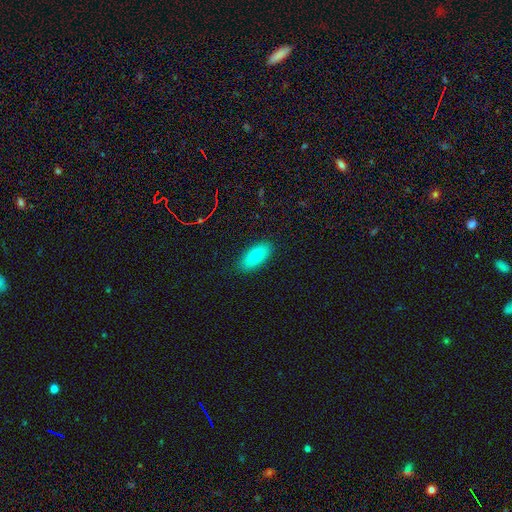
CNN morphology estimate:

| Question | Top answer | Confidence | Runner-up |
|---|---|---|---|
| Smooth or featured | smooth | 73% | featured or disk (19%) |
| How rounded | in between | 87% | cigar-shaped (10%) |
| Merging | none | 87% | minor disturbance (10%) |